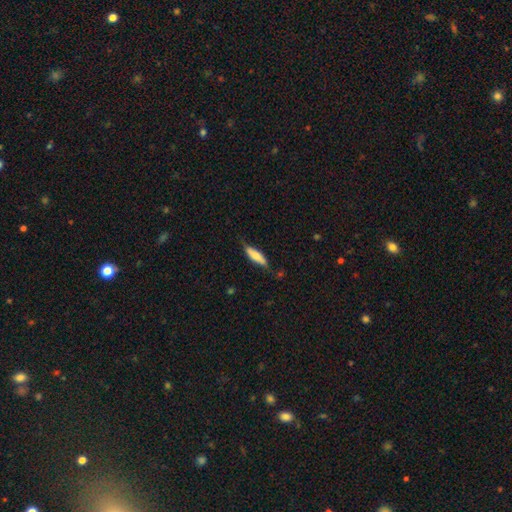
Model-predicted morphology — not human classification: The model was most divided on "how rounded": cigar-shaped: 59%, in between: 39%, round: 2%. More confident: smooth or featured — smooth (67%); merging — none (66%).